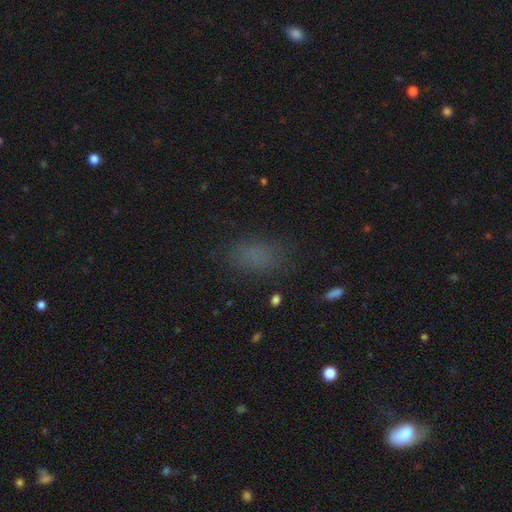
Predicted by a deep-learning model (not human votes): Smooth or featured? smooth (75%)
How rounded? in between (85%)
Merging? none (78%)